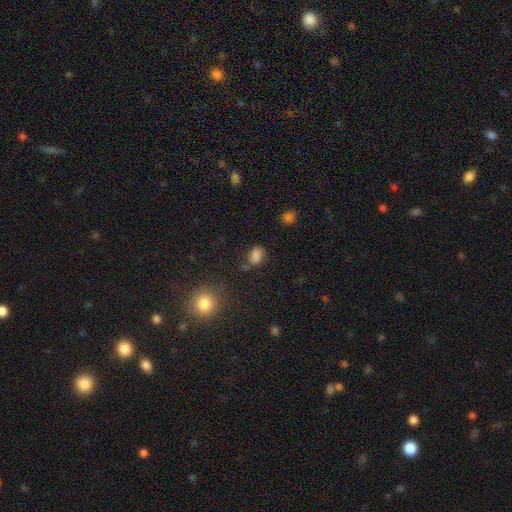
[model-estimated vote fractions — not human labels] The model was most divided on "merging": none: 67%, minor disturbance: 21%, major disturbance: 7%, merger: 5%. More confident: how rounded — in between (84%); smooth or featured — smooth (80%).